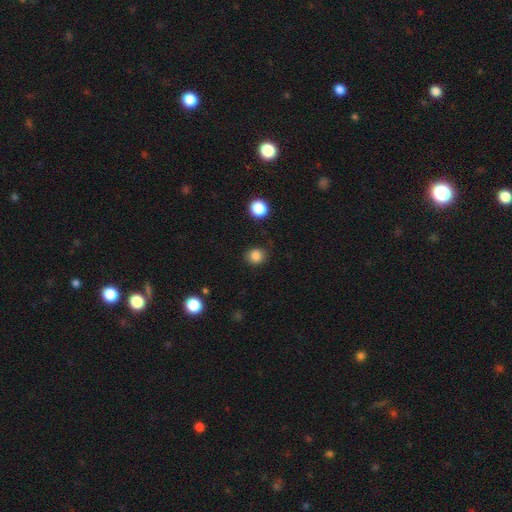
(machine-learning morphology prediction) type=smooth (84%); roundness=round (83%); merging=none (85%).